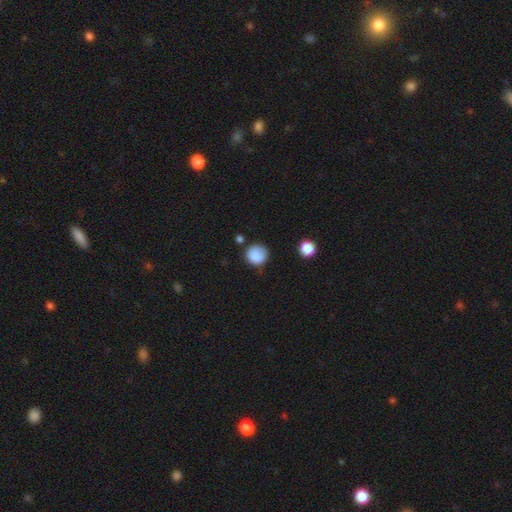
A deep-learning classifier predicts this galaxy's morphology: Smooth or featured? smooth (86%)
How rounded? round (88%)
Merging? none (72%)